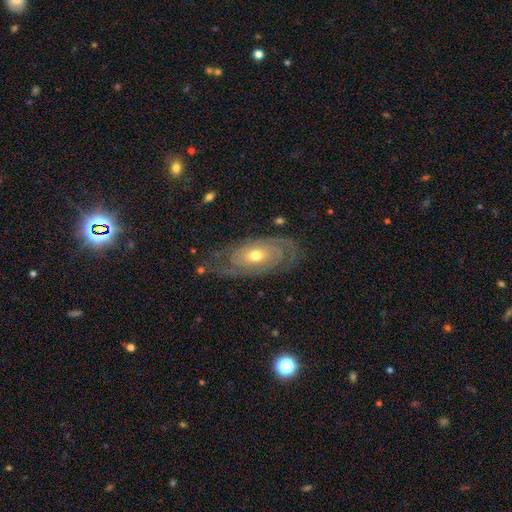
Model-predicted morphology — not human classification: Q: Smooth or featured?
A: featured or disk (85%); runner-up: smooth (9%)
Q: Edge-on disk?
A: no (94%); runner-up: yes (6%)
Q: Bar?
A: no (76%); runner-up: weak (19%)
Q: Spiral arms?
A: yes (94%); runner-up: no (6%)
Q: Spiral winding?
A: tight (73%); runner-up: medium (21%)
Q: Spiral arm count?
A: 2 (57%); runner-up: can't tell (22%)
Q: Bulge size?
A: moderate (64%); runner-up: small (31%)
Q: Merging?
A: none (74%); runner-up: minor disturbance (17%)